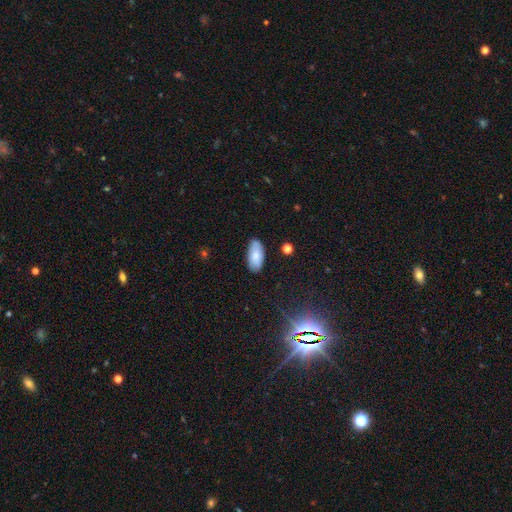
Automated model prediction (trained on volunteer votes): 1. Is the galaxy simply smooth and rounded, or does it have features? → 80% smooth, 13% featured or disk, 7% star or artifact.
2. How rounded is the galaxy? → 93% in between, 5% cigar-shaped, 2% round.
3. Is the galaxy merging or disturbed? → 80% none, 15% minor disturbance, 3% major disturbance, 2% merger.